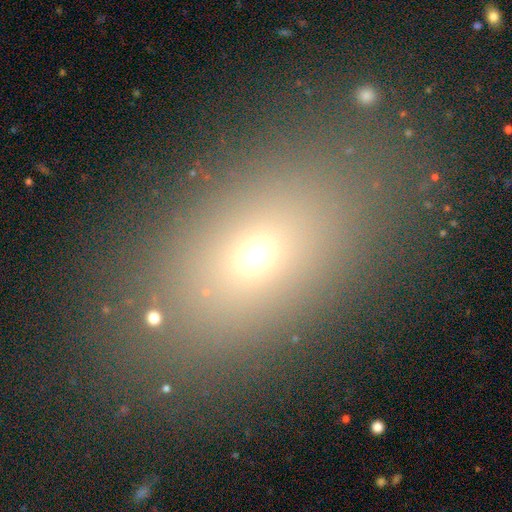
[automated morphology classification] This appears to be a smooth galaxy with no disk features (65%) that is in between round and cigar-shaped (77%). Merging: none (76%).